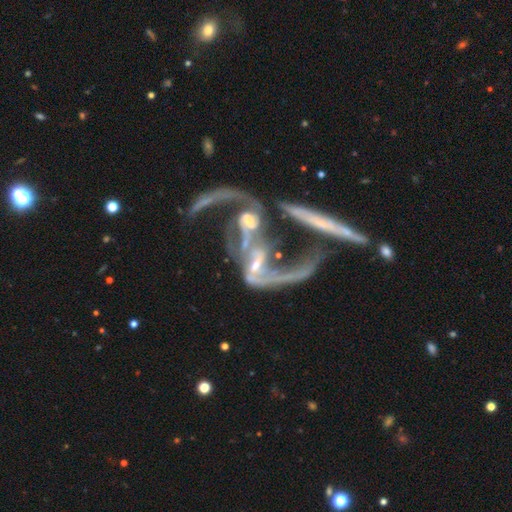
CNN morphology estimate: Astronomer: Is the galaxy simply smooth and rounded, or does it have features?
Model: featured or disk — 83%.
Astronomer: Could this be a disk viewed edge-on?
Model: no — 89%.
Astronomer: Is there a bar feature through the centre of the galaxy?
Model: no — 46% (runner-up: weak, 28%).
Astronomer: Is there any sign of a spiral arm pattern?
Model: yes — 80%.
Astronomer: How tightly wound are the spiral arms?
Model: loose — 77%.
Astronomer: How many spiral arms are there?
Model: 2 — 70%.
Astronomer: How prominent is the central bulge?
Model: small — 50%.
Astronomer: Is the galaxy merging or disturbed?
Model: merger — 59%.